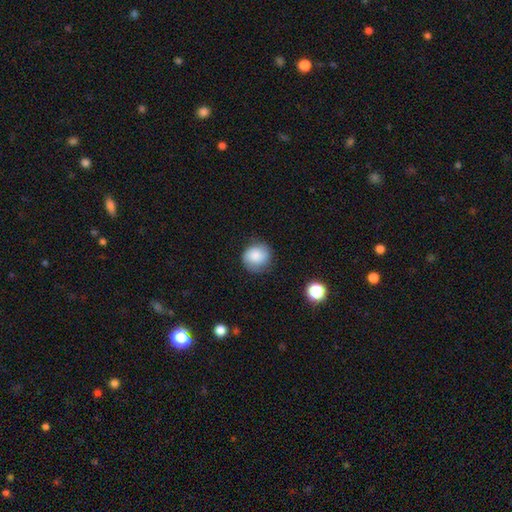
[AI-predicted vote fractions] A smooth galaxy with no disk features (79%) that is round (83%).

Vote fractions:
- Smooth or featured? smooth: 79% / featured or disk: 12% / star or artifact: 8%
- How rounded? round: 83% / in between: 16% / cigar-shaped: 1%
- Merging? none: 76% / minor disturbance: 18% / major disturbance: 5% / merger: 2%